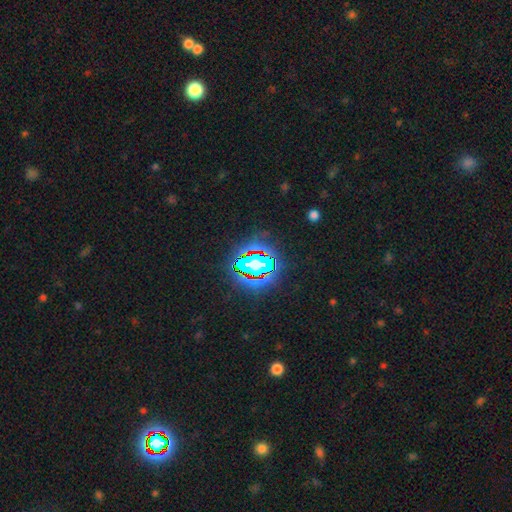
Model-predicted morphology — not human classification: Smooth or featured? Predicted: star or artifact (p=0.84).